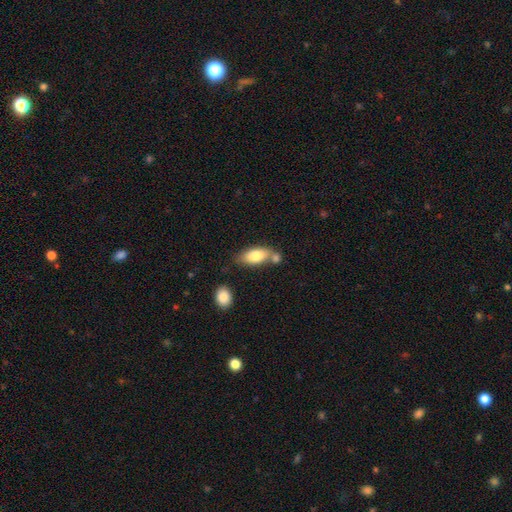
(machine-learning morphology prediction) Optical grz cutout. It shows a smooth galaxy with no disk features (79%) that is in between round and cigar-shaped (85%). Merging: none (50%).